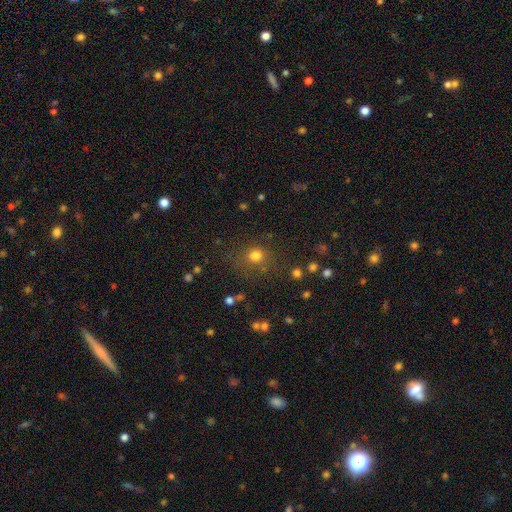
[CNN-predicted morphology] This is likely a smooth galaxy (76%). How rounded: clearly round (84%). Merging: likely none (76%).